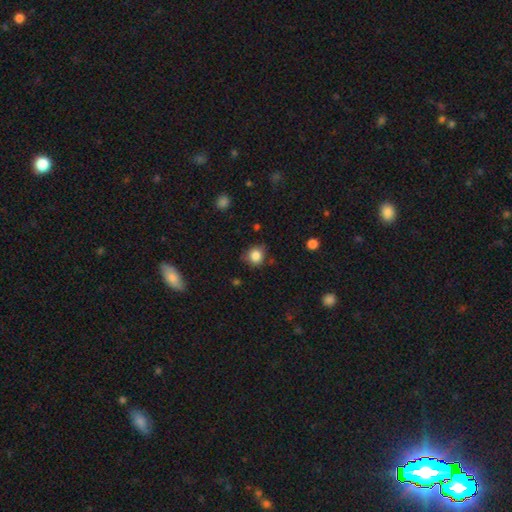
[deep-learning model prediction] Smooth or featured? smooth (84%)
How rounded? round (85%)
Merging? none (76%)